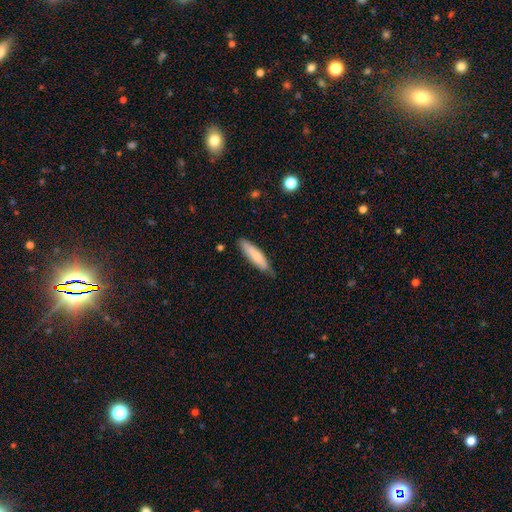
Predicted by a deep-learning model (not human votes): smooth 75%, featured or disk 19%, star or artifact 5%. Down the decision tree: how rounded — cigar-shaped (75%); merging — none (75%).